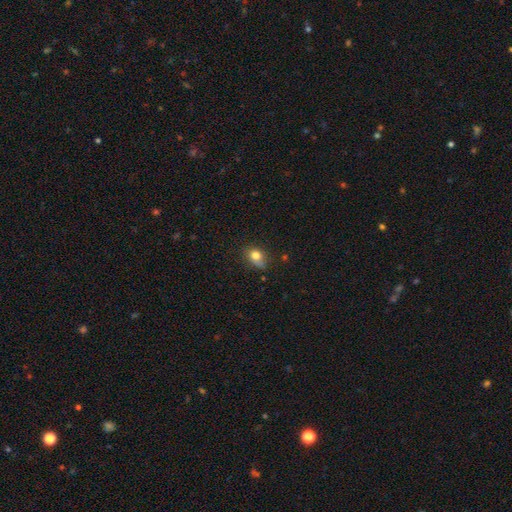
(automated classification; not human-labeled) The model was most divided on "how rounded": in between: 58%, round: 40%, cigar-shaped: 2%. More confident: smooth or featured — smooth (79%); merging — none (56%).